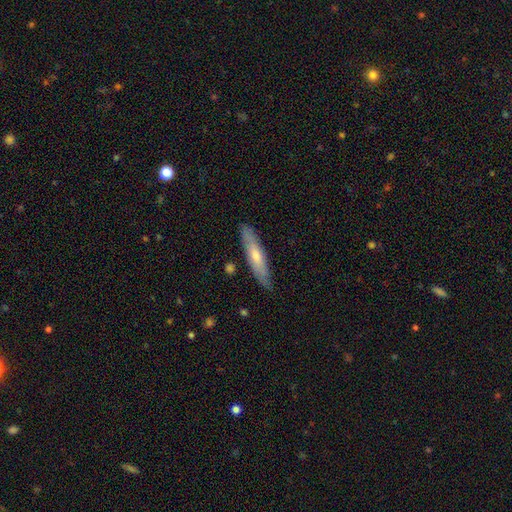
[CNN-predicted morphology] smooth-or-featured: smooth: 52% | featured or disk: 42% | star or artifact: 6%
  how-rounded: cigar-shaped: 84% | in between: 14% | round: 1%
  merging: none: 85% | minor disturbance: 12% | major disturbance: 2% | merger: 1%